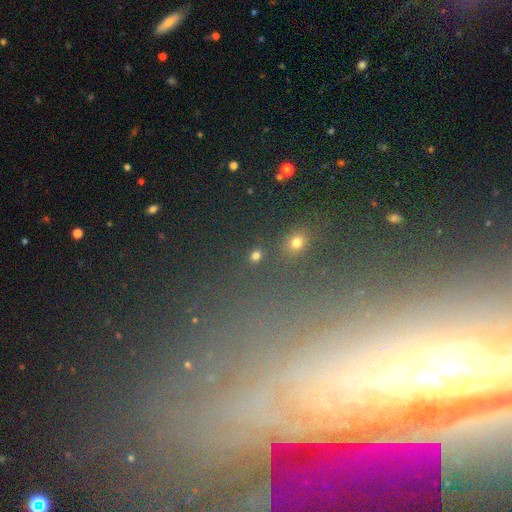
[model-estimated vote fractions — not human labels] A smooth galaxy with no disk features (73%) that is round (78%).

Vote fractions:
- Smooth or featured? smooth: 73% / star or artifact: 22% / featured or disk: 5%
- How rounded? round: 78% / in between: 20% / cigar-shaped: 2%
- Merging? none: 84% / minor disturbance: 7% / merger: 6% / major disturbance: 3%